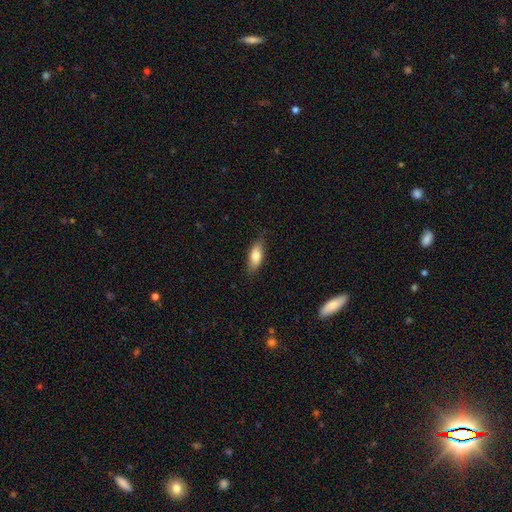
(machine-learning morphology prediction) Smooth or featured? Predicted: smooth (p=0.78). How rounded? Predicted: in between (p=0.75). Merging? Predicted: none (p=0.81).